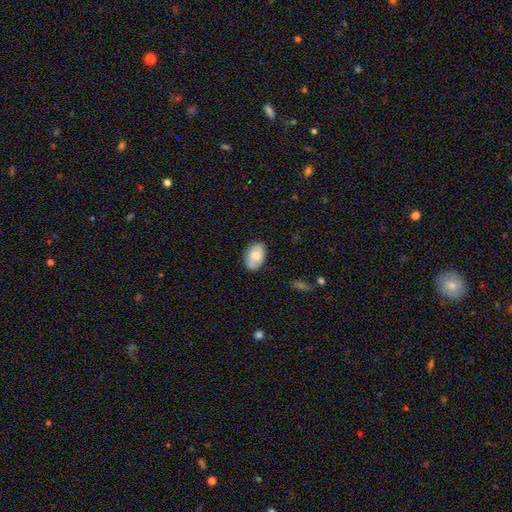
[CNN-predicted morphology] This appears to be a smooth galaxy with no disk features (74%) that is in between round and cigar-shaped (89%). Merging: none (83%).